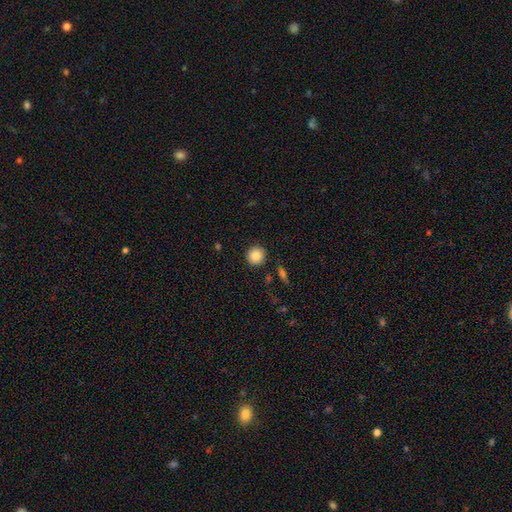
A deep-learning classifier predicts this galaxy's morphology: Smooth or featured? smooth (87%)
How rounded? round (94%)
Merging? none (91%)